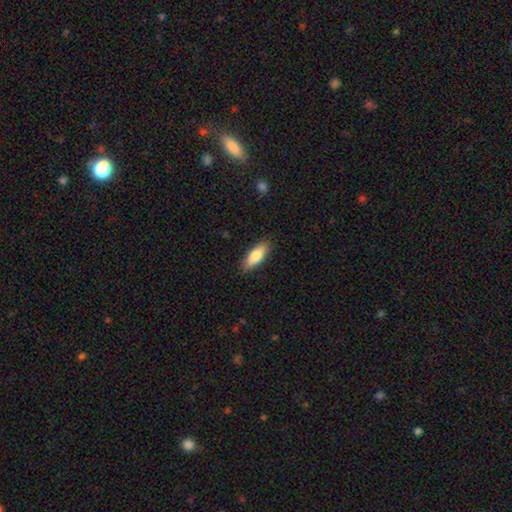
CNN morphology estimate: Smooth or featured?
  - smooth: 77% *
  - featured or disk: 17%
  - star or artifact: 6%
How rounded?
  - in between: 67% *
  - cigar-shaped: 31%
  - round: 2%
Merging?
  - none: 87% *
  - minor disturbance: 10%
  - major disturbance: 2%
  - merger: 1%